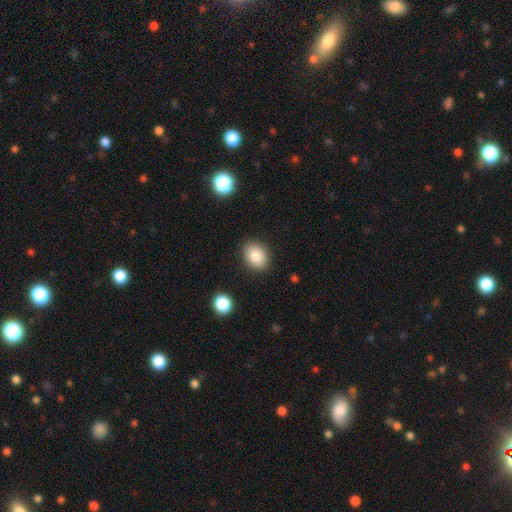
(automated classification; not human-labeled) Smooth or featured? Predicted: smooth (p=0.84). How rounded? Predicted: in between (p=0.63). Merging? Predicted: none (p=0.87).